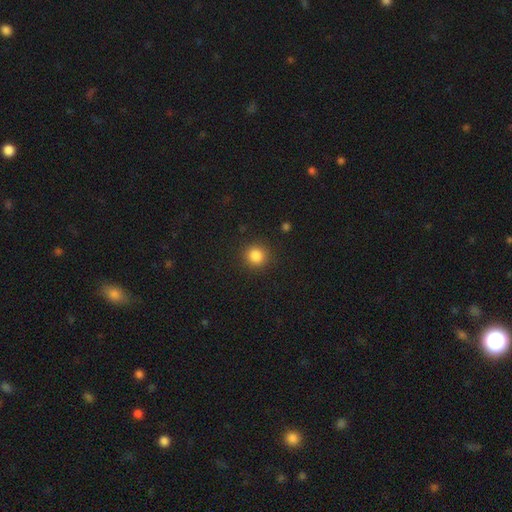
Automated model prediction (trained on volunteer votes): Smooth or featured? Predicted: smooth (p=0.84). How rounded? Predicted: round (p=0.91). Merging? Predicted: none (p=0.90).